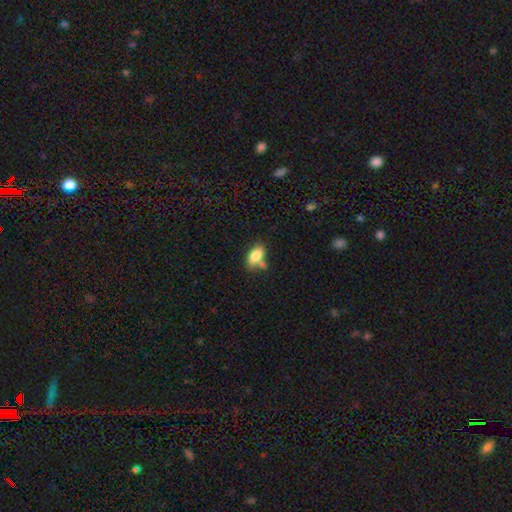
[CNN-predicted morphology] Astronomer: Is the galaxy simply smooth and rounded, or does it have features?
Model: smooth — 78%.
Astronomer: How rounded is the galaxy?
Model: in between — 86%.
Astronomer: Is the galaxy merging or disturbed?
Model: none — 48% (runner-up: merger, 26%).